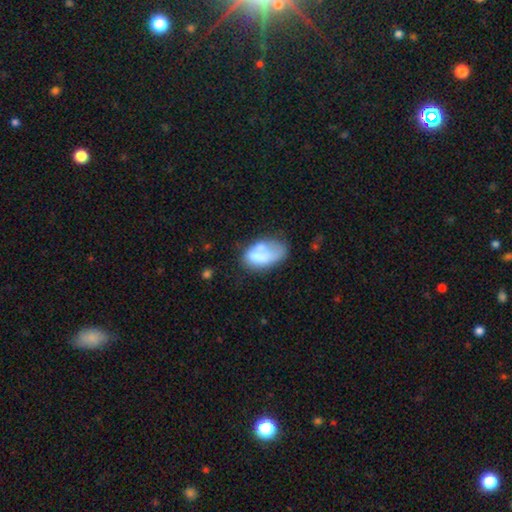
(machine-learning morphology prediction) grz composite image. It shows a smooth galaxy with no disk features (66%) that is in between round and cigar-shaped (90%). Merging: none (31%).